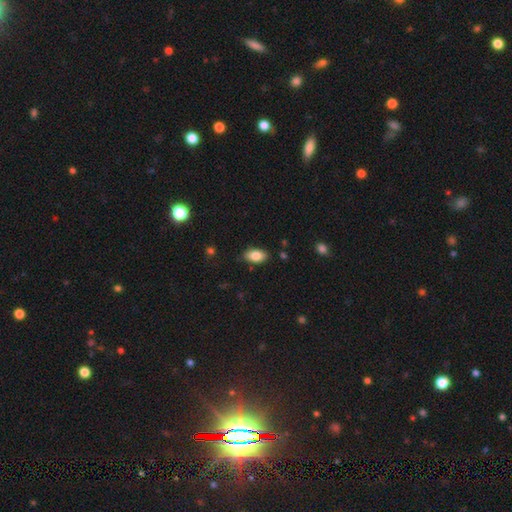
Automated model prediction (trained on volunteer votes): Smooth or featured?
  - smooth: 84% *
  - featured or disk: 8%
  - star or artifact: 8%
How rounded?
  - in between: 92% *
  - round: 5%
  - cigar-shaped: 3%
Merging?
  - none: 84% *
  - minor disturbance: 12%
  - major disturbance: 2%
  - merger: 2%